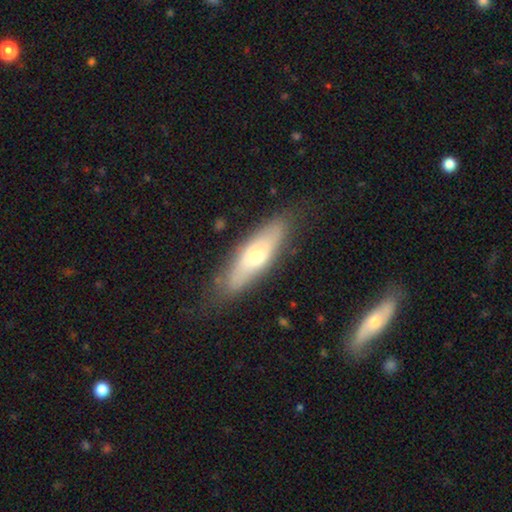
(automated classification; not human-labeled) Morphology: type=smooth (51%); roundness=in between (50%); merging=none (77%).